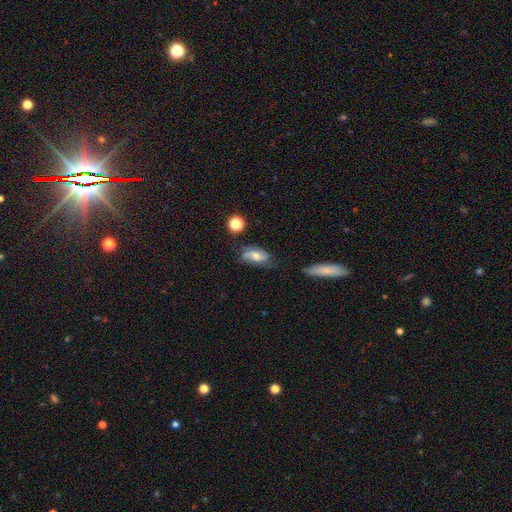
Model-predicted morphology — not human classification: type=smooth (46%); merging=none (56%).